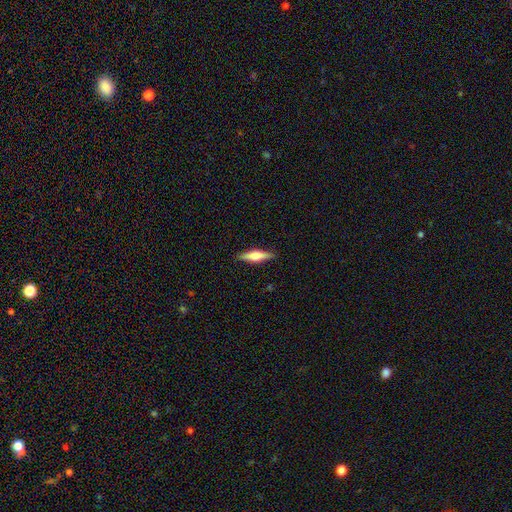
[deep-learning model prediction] Overall: featured or disk (52%; smooth 43%). Edge-on disk: yes (95%). Merging: none (89%).